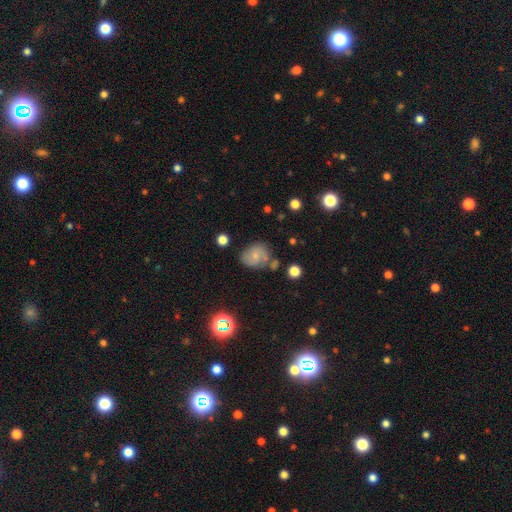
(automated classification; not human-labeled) Smooth or featured: smooth — 51% (featured or disk — 37%)
How rounded: round — 64% (in between — 35%)
Merging: none — 58% (minor disturbance — 24%)